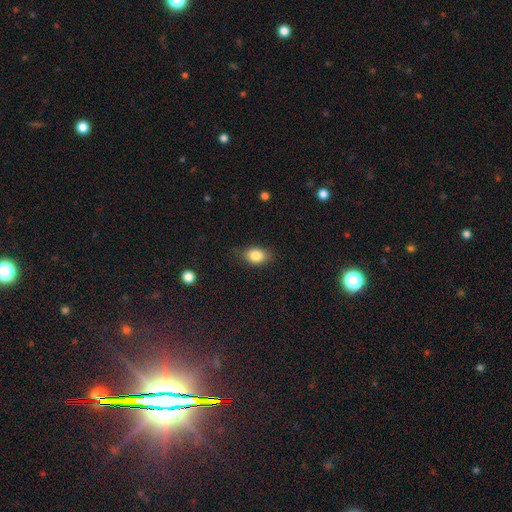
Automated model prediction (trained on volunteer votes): The model was most divided on "how rounded": in between: 78%, round: 20%, cigar-shaped: 2%. More confident: smooth or featured — smooth (85%); merging — none (80%).